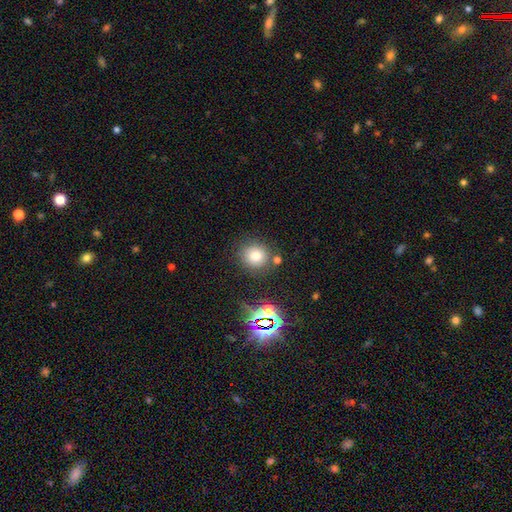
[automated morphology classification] A smooth galaxy with no disk features (73%) that is round (87%).

Vote fractions:
- Smooth or featured? smooth: 73% / star or artifact: 18% / featured or disk: 9%
- How rounded? round: 87% / in between: 12% / cigar-shaped: 1%
- Merging? none: 78% / minor disturbance: 10% / merger: 8% / major disturbance: 4%